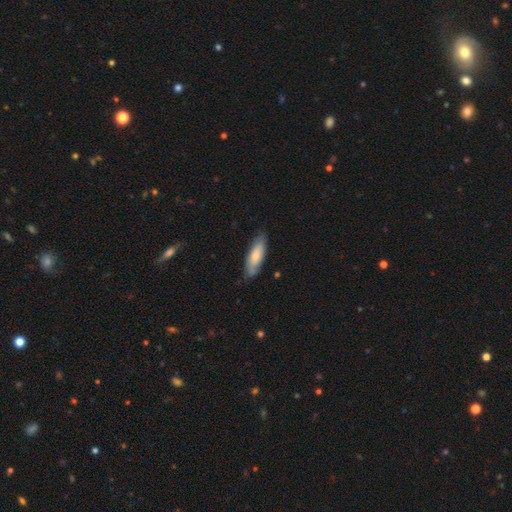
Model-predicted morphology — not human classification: A smooth galaxy with no disk features (70%) that is in between round and cigar-shaped (53%). Merging: none (76%).